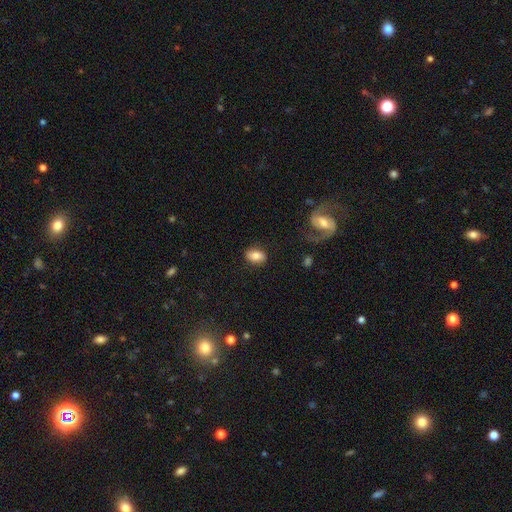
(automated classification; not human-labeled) This is likely a smooth galaxy (79%). How rounded: clearly in between (84%). Merging: clearly none (83%).